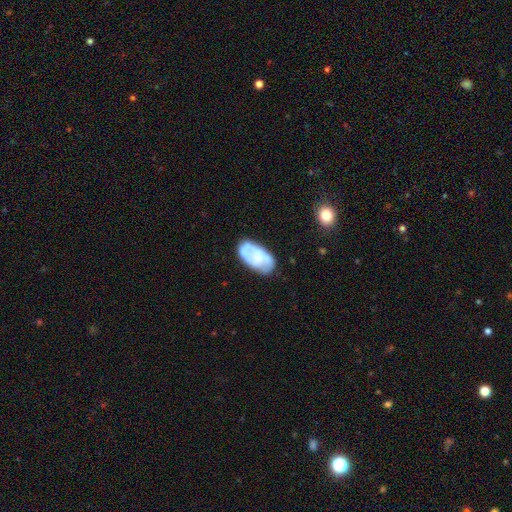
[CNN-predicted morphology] This is possibly a featured or disk galaxy (56%). It is clearly not viewed edge-on (96%). Bar: likely no (75%). Spiral arm pattern: possibly yes (56%). Central bulge: marginally small (40%). Merging: likely none (60%).